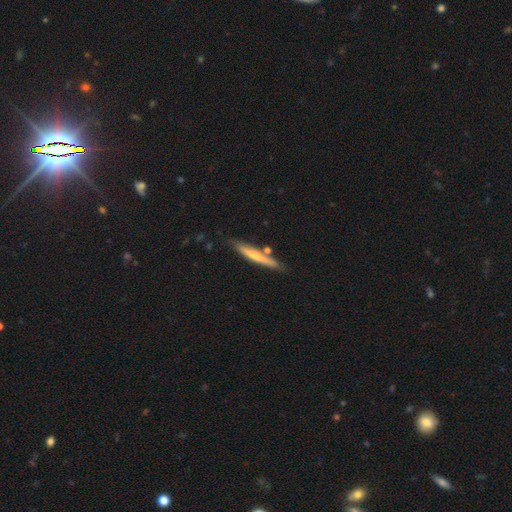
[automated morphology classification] A smooth galaxy with no disk features (51%) that is cigar-shaped (94%). Merging: none (76%).